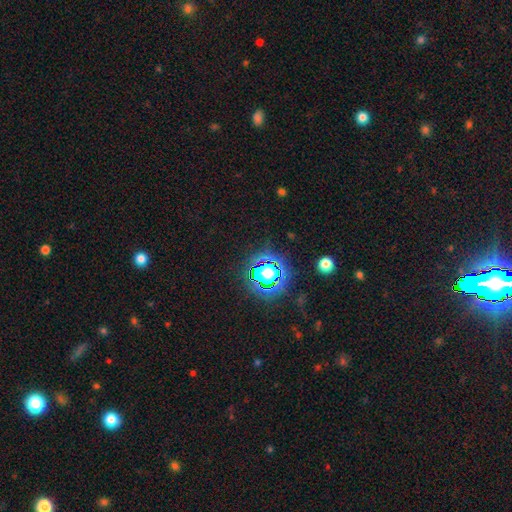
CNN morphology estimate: A star or artifact, not a galaxy (82%).